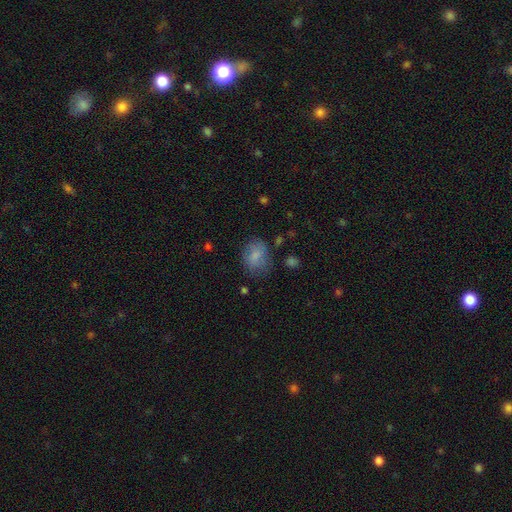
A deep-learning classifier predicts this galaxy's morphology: smooth_or_featured: smooth (p=0.78) [alt: featured or disk p=0.13]
how_rounded: in between (p=0.54) [alt: round p=0.45]
merging: none (p=0.63) [alt: minor disturbance p=0.24]